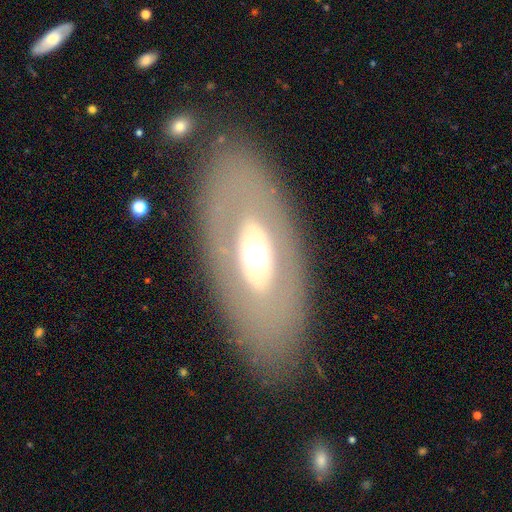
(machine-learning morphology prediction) Q: Smooth or featured?
A: featured or disk (56%); runner-up: smooth (37%)
Q: Edge-on disk?
A: no (83%); runner-up: yes (17%)
Q: Merging?
A: none (84%); runner-up: minor disturbance (9%)